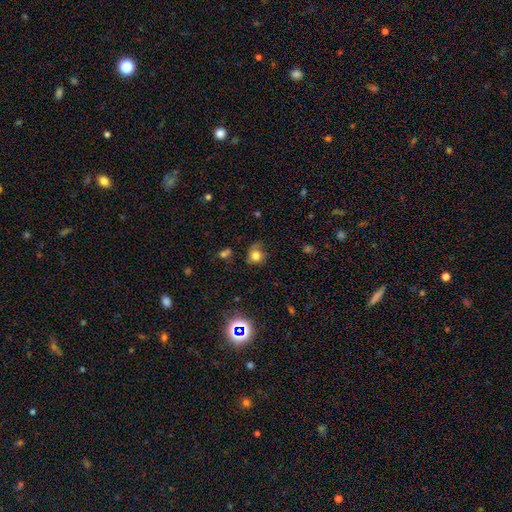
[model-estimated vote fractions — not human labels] Smooth or featured? smooth (75%)
How rounded? round (75%)
Merging? none (58%)